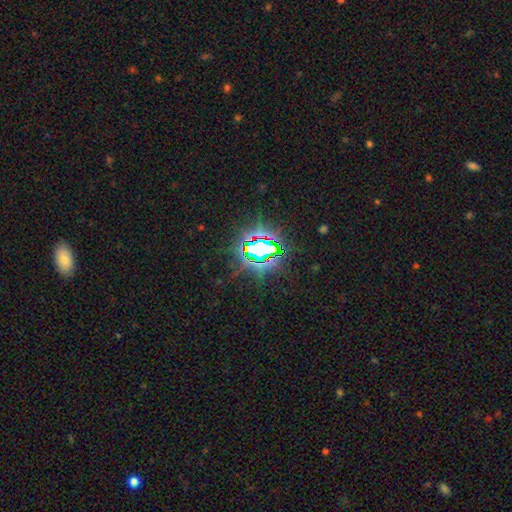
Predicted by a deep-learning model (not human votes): Morphology: type=star or artifact (79%).